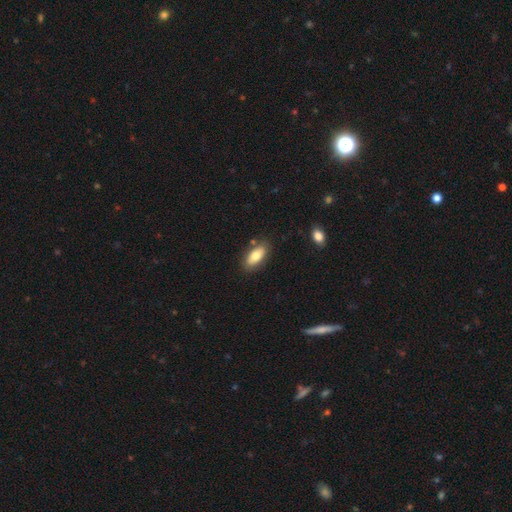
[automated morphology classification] Smooth or featured: smooth — 77% (featured or disk — 16%)
How rounded: in between — 87% (cigar-shaped — 10%)
Merging: none — 81% (minor disturbance — 12%)